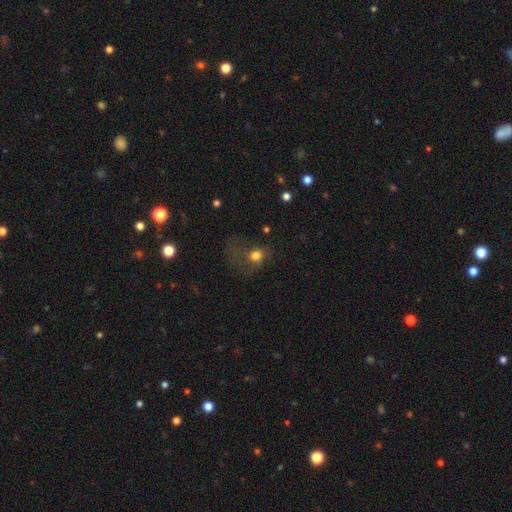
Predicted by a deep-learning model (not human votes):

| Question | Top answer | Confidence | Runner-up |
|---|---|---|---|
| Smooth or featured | smooth | 65% | featured or disk (19%) |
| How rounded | round | 61% | in between (37%) |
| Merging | major disturbance | 51% | none (27%) |